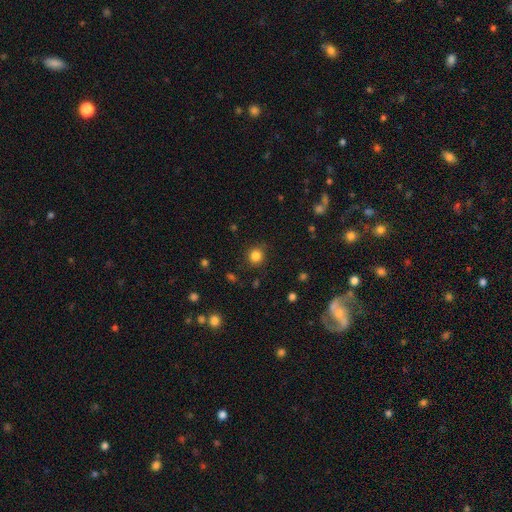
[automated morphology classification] Overall: smooth (84%). How rounded: round (91%). Merging: none (88%).